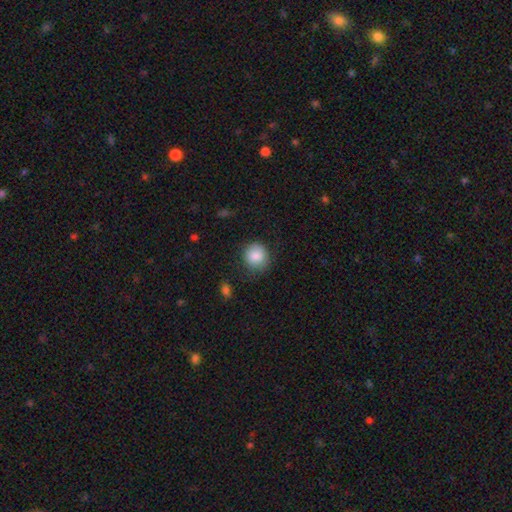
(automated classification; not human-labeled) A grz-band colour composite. It shows a smooth galaxy with no disk features (86%) that is round (85%). Merging: none (77%).